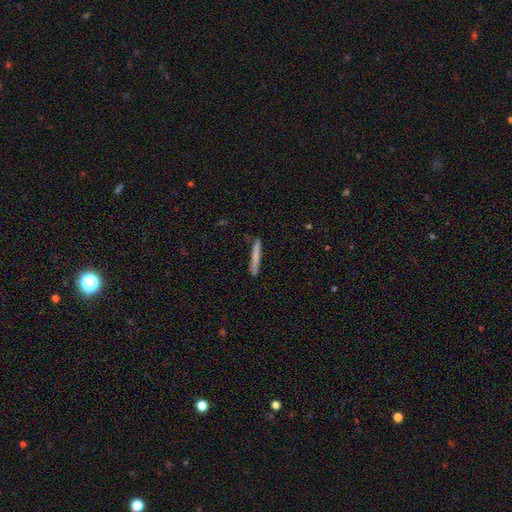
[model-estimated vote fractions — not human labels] Q: Smooth or featured?
A: smooth (75%); runner-up: featured or disk (19%)
Q: How rounded?
A: cigar-shaped (96%); runner-up: in between (3%)
Q: Merging?
A: none (88%); runner-up: minor disturbance (9%)